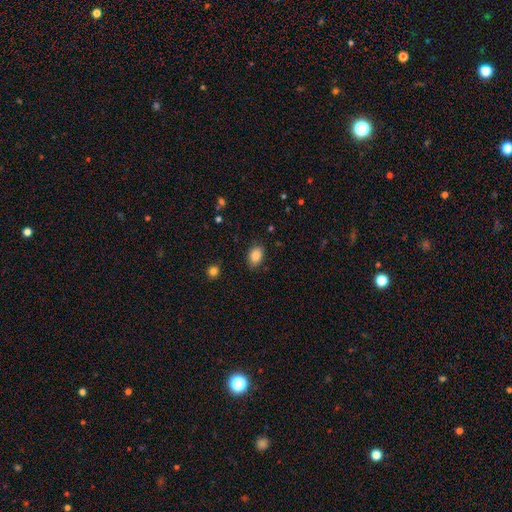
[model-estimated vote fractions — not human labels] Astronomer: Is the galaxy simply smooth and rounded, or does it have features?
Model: smooth — 87%.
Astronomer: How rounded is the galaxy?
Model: in between — 85%.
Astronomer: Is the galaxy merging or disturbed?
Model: none — 85%.